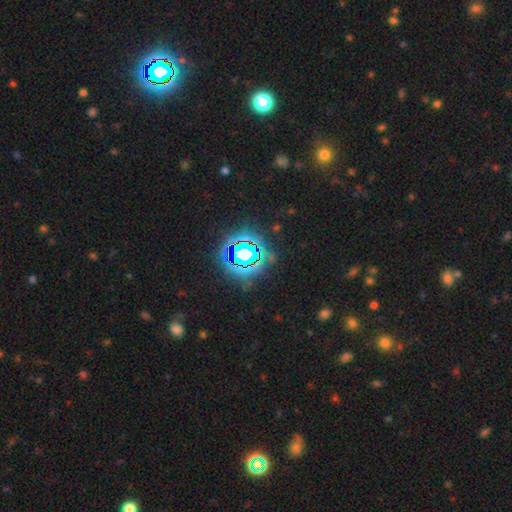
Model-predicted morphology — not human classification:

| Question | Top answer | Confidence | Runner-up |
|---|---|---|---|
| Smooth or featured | star or artifact | 79% | smooth (13%) |